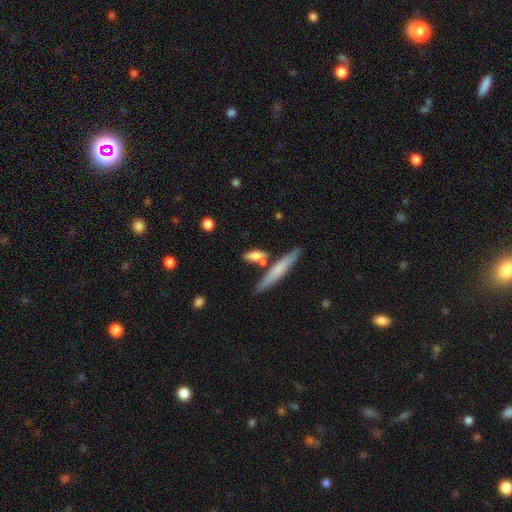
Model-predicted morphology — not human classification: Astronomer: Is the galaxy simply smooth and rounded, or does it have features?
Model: smooth — 72%.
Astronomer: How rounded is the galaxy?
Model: cigar-shaped — 53% (runner-up: in between, 41%).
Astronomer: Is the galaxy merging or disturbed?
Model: none — 61%.